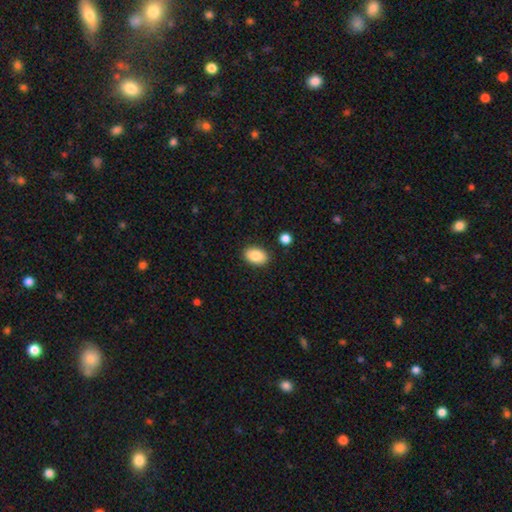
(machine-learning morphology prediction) The model was most divided on "how rounded": in between: 88%, round: 11%, cigar-shaped: 1%. More confident: smooth or featured — smooth (87%); merging — none (87%).